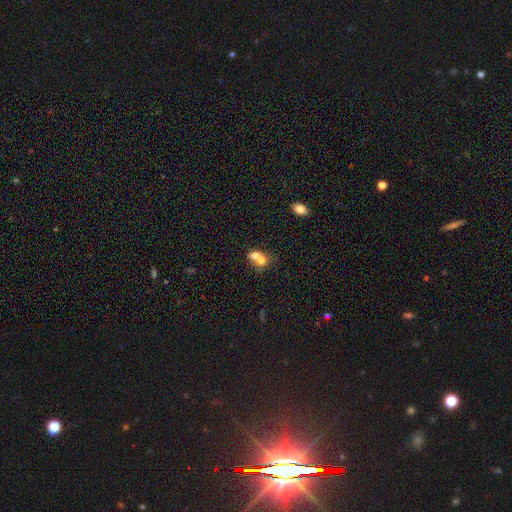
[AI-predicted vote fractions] A smooth galaxy with no disk features (68%) that is round (56%). Merging: merger (71%).